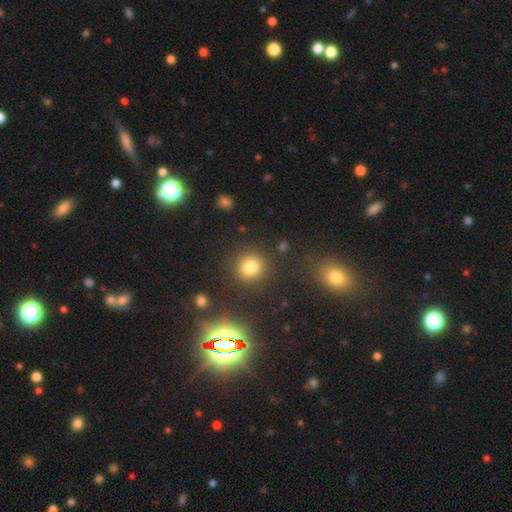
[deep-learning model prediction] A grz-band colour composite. It shows a star or artifact, not a galaxy (50%).